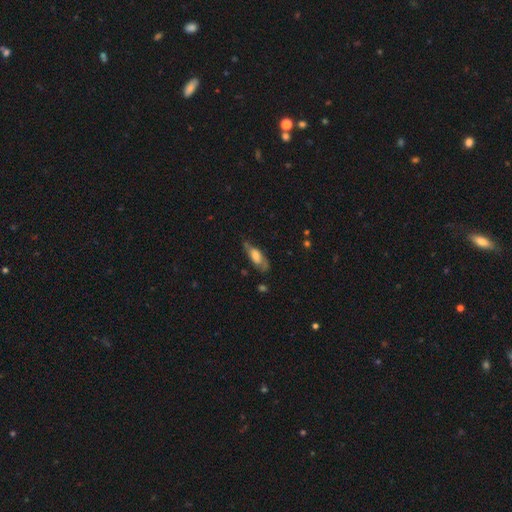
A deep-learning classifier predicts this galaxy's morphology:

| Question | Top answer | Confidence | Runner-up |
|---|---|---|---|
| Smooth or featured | smooth | 52% | featured or disk (40%) |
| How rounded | in between | 72% | cigar-shaped (25%) |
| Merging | none | 51% | minor disturbance (31%) |